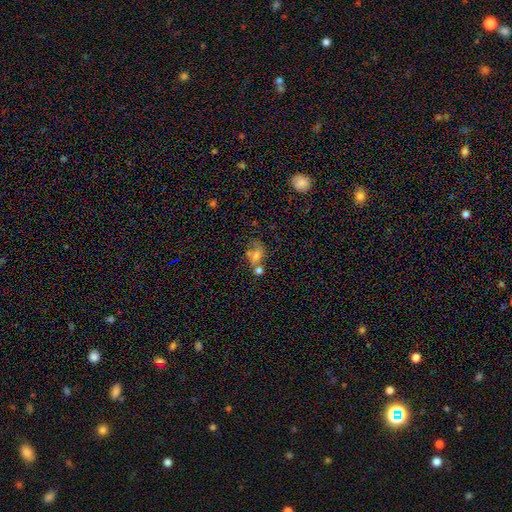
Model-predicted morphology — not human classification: Smooth or featured?
  - smooth: 61% *
  - featured or disk: 21%
  - star or artifact: 18%
How rounded?
  - in between: 69% *
  - round: 29%
  - cigar-shaped: 3%
Merging?
  - merger: 35% *
  - none: 33%
  - minor disturbance: 18%
  - major disturbance: 14%